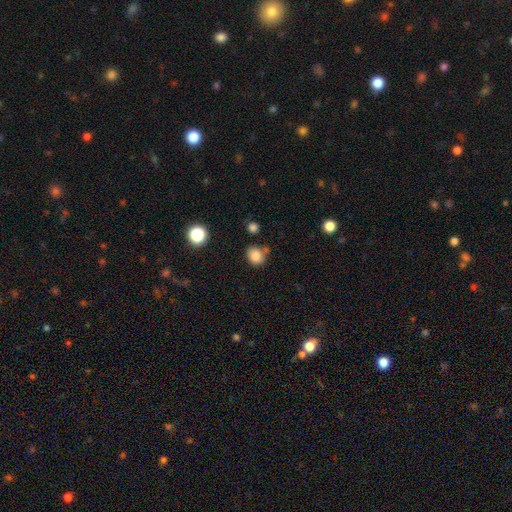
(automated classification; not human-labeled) This appears to be a smooth galaxy with no disk features (84%) that is round (64%). Merging: none (69%).